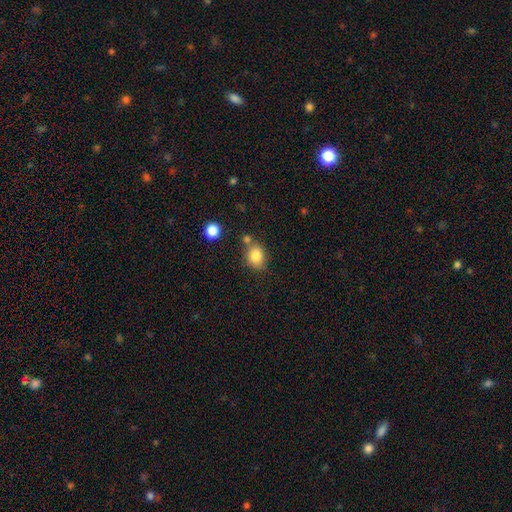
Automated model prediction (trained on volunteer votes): The model was most divided on "how rounded": in between: 50%, round: 49%, cigar-shaped: 1%. More confident: smooth or featured — smooth (84%); merging — none (63%).